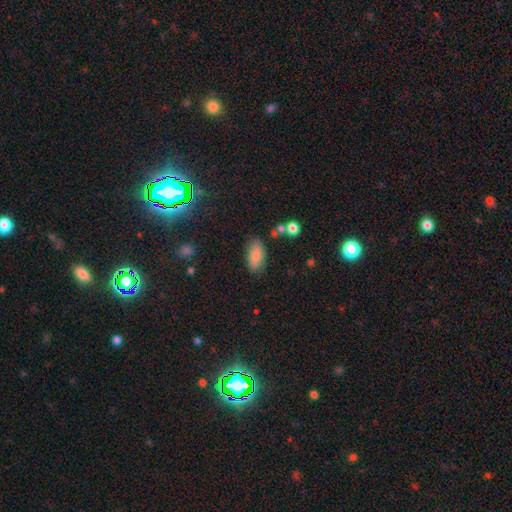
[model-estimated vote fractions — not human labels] smooth-or-featured: smooth: 82% | featured or disk: 10% | star or artifact: 8%
  how-rounded: in between: 90% | cigar-shaped: 7% | round: 3%
  merging: none: 79% | minor disturbance: 15% | major disturbance: 4% | merger: 3%